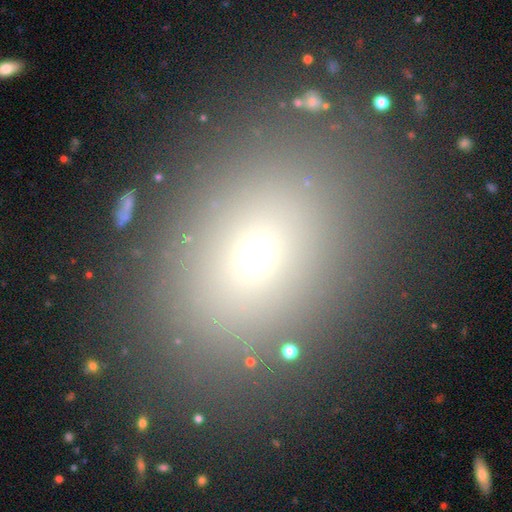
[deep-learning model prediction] smooth-or-featured: smooth: 64% | star or artifact: 23% | featured or disk: 13%
  how-rounded: in between: 55% | round: 42% | cigar-shaped: 3%
  merging: none: 80% | minor disturbance: 10% | major disturbance: 5% | merger: 5%